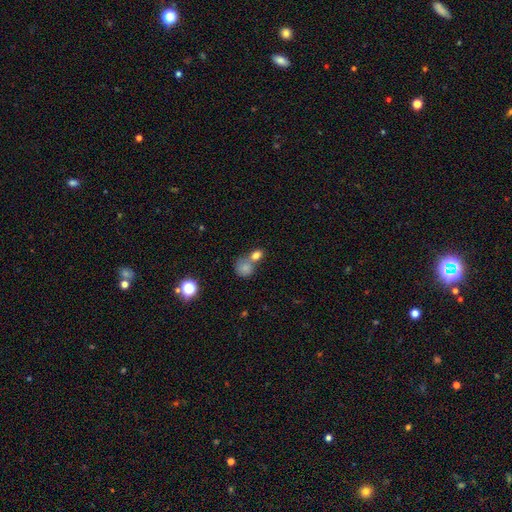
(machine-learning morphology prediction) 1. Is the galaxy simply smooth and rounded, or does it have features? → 80% smooth, 11% star or artifact, 9% featured or disk.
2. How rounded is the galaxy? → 52% round, 46% in between, 2% cigar-shaped.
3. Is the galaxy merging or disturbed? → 52% merger, 36% none, 8% minor disturbance, 4% major disturbance.